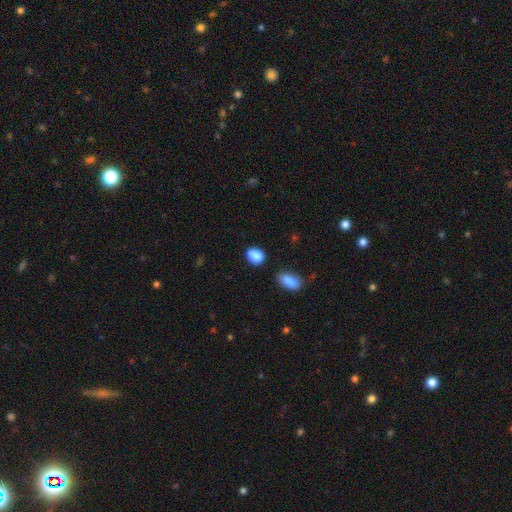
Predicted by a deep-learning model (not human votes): The model was most divided on "merging": none: 67%, minor disturbance: 20%, merger: 8%, major disturbance: 5%. More confident: smooth or featured — smooth (87%); how rounded — in between (73%).